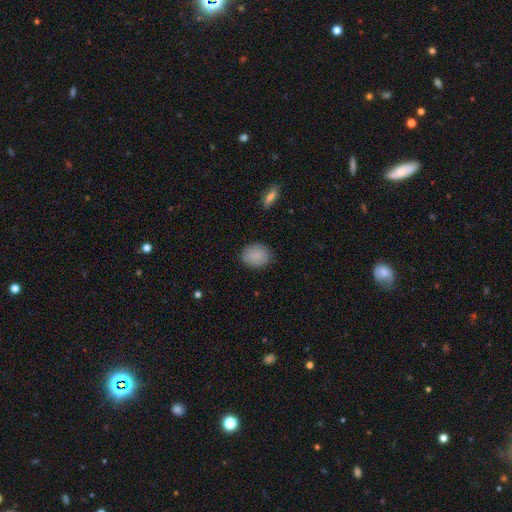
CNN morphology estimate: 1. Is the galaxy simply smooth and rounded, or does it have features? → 83% smooth, 9% featured or disk, 7% star or artifact.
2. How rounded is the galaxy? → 52% round, 47% in between, 1% cigar-shaped.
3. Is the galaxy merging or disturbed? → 84% none, 12% minor disturbance, 3% major disturbance, 1% merger.